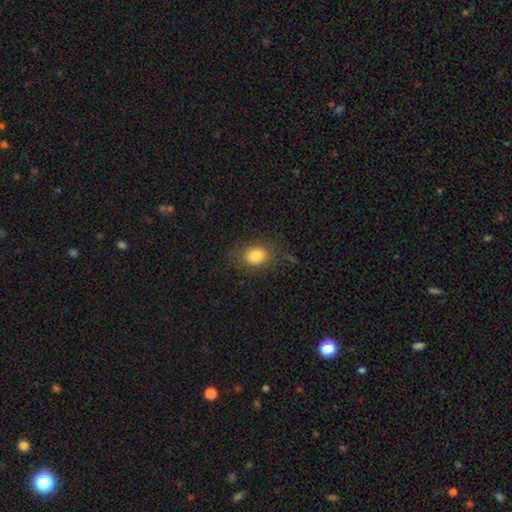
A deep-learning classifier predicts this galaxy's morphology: The model was most divided on "how rounded": in between: 62%, round: 37%, cigar-shaped: 1%. More confident: smooth or featured — smooth (84%); merging — none (81%).